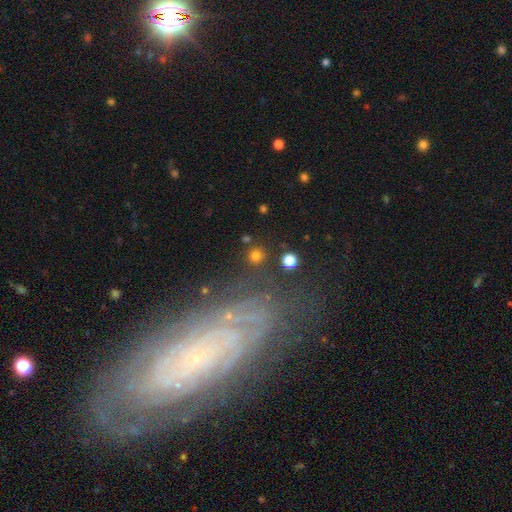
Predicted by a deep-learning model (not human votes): Smooth or featured? smooth (78%)
How rounded? round (93%)
Merging? none (87%)